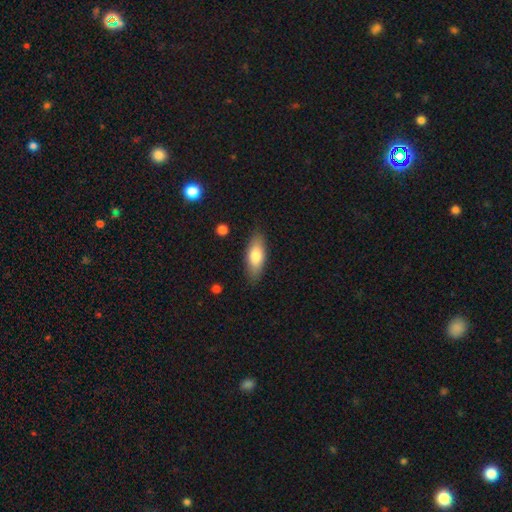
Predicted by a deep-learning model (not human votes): This is likely a smooth galaxy (77%). How rounded: likely in between (76%). Merging: clearly none (85%).